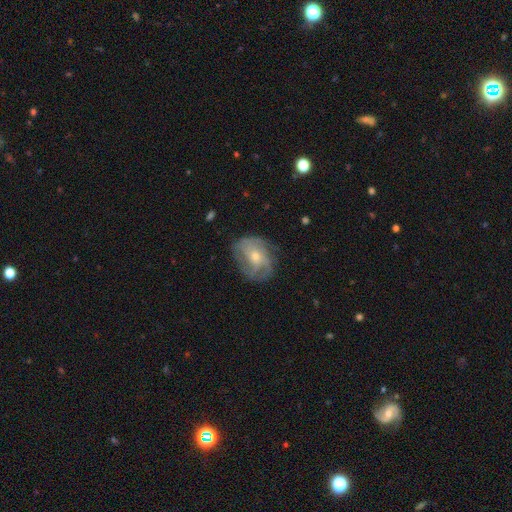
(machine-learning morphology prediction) This is likely a featured or disk galaxy (72%). It is clearly not viewed edge-on (97%). Bar: likely no (69%). Spiral arm pattern: clearly yes (87%). Spiral arm count: marginally can't tell (34%). Spiral winding: possibly tight (46%). Central bulge: possibly moderate (48%). Merging: likely none (70%).